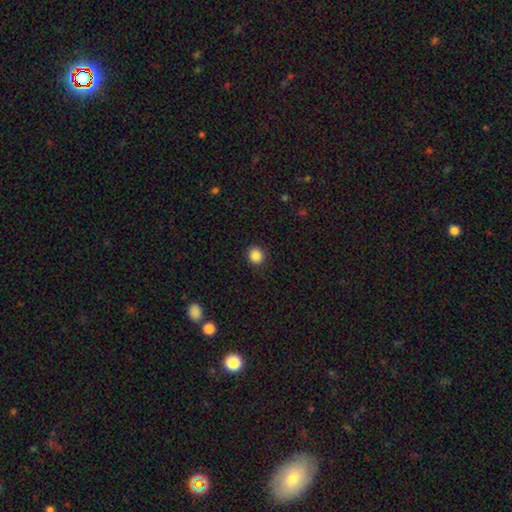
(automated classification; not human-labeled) Morphology: type=smooth (86%); roundness=round (86%); merging=none (91%).